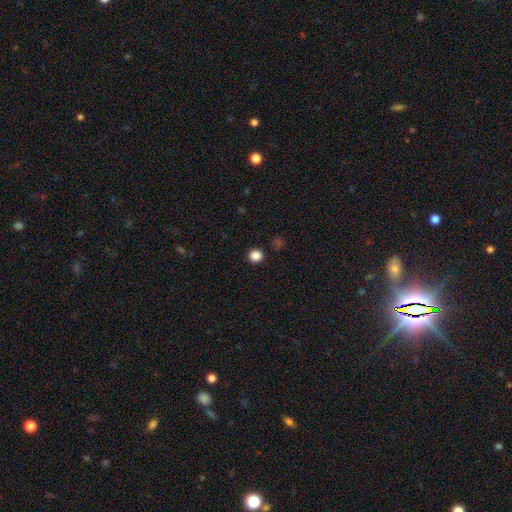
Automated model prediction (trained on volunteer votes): Smooth or featured?
  - smooth: 85% *
  - star or artifact: 12%
  - featured or disk: 3%
How rounded?
  - round: 94% *
  - in between: 5%
  - cigar-shaped: 1%
Merging?
  - none: 92% *
  - minor disturbance: 4%
  - major disturbance: 2%
  - merger: 2%